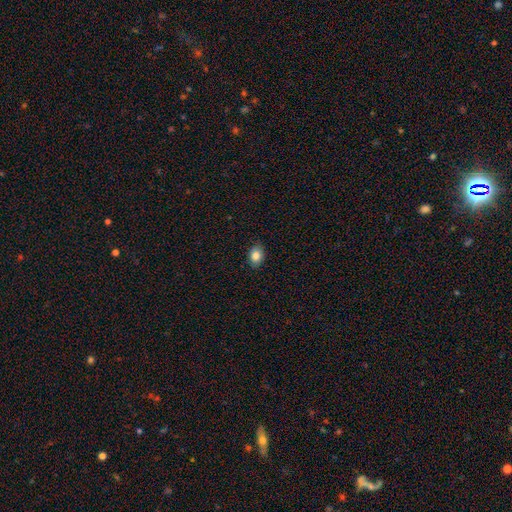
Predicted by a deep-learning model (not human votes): Smooth or featured? smooth (84%)
How rounded? in between (76%)
Merging? none (87%)